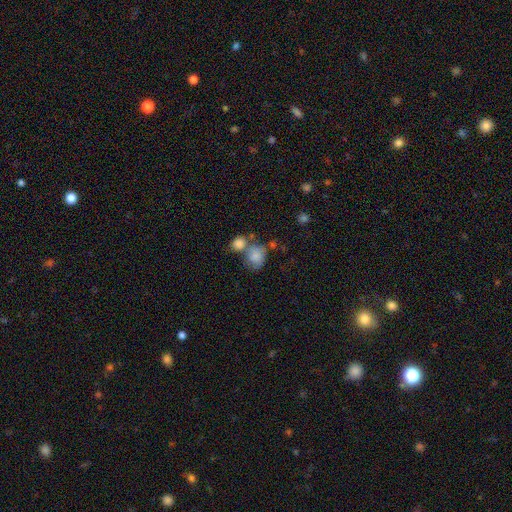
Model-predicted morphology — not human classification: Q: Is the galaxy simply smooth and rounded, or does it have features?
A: smooth — 80%.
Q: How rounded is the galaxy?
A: round — 57%.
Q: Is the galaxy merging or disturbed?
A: merger — 44%.